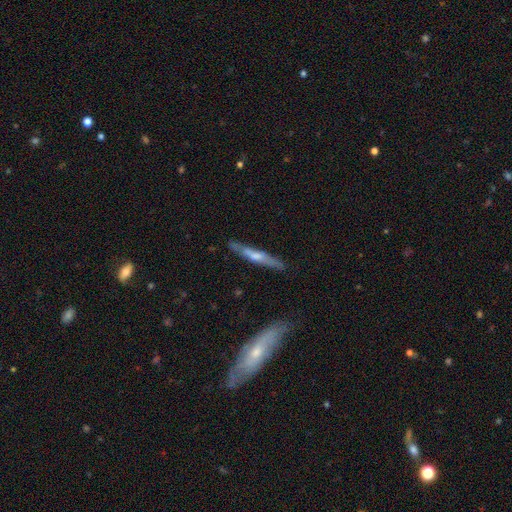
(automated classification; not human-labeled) smooth-or-featured: featured or disk: 55% | smooth: 39% | star or artifact: 6%
  disk-edge-on: yes: 92% | no: 8%
    edge-on-bulge: rounded: 57% | none: 31% | boxy: 12%
  merging: none: 81% | minor disturbance: 14% | major disturbance: 3% | merger: 2%